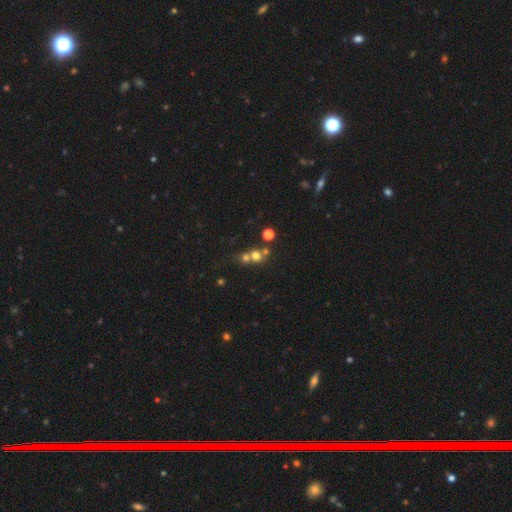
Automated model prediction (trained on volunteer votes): The model was most divided on "merging": merger: 52%, none: 38%, minor disturbance: 6%, major disturbance: 4%. More confident: how rounded — round (83%); smooth or featured — smooth (62%).